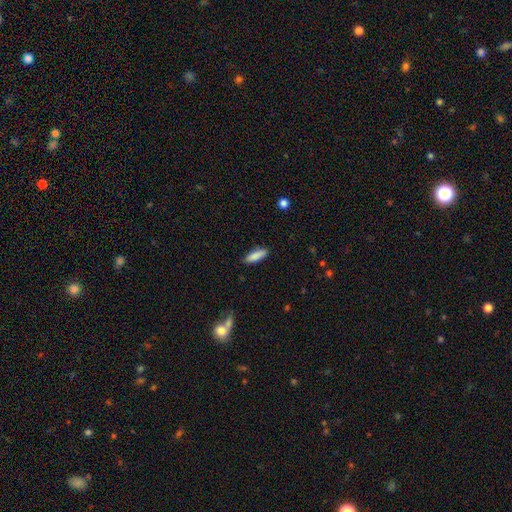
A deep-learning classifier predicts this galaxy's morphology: Q: Smooth or featured?
A: smooth (87%); runner-up: featured or disk (7%)
Q: How rounded?
A: cigar-shaped (50%); runner-up: in between (48%)
Q: Merging?
A: none (87%); runner-up: minor disturbance (10%)